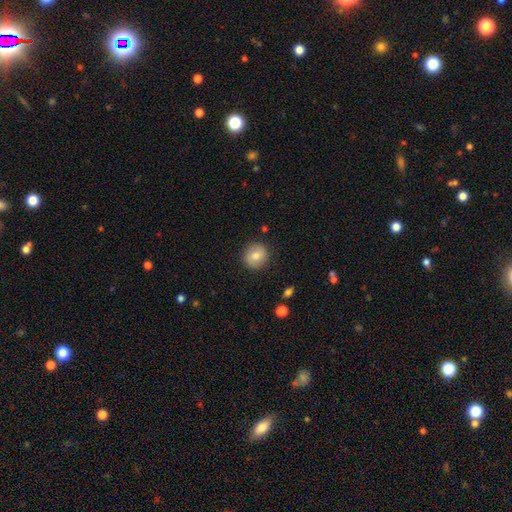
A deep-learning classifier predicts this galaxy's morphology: Smooth or featured? smooth (78%)
How rounded? round (89%)
Merging? none (89%)